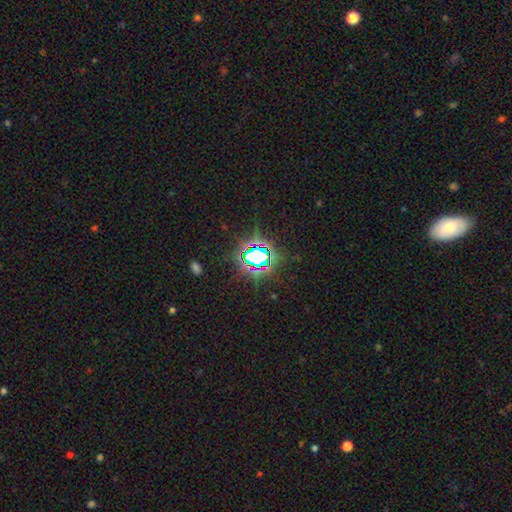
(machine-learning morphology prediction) Smooth or featured?
  - star or artifact: 76% *
  - smooth: 15%
  - featured or disk: 9%